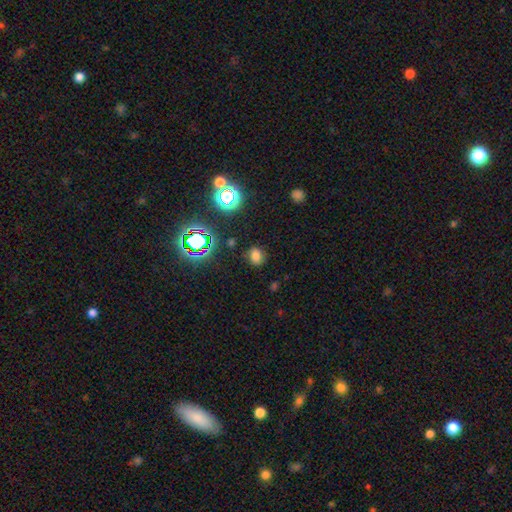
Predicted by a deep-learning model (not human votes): smooth_or_featured: smooth (p=0.69) [alt: star or artifact p=0.22]
how_rounded: in between (p=0.55) [alt: round p=0.43]
merging: none (p=0.82) [alt: minor disturbance p=0.12]